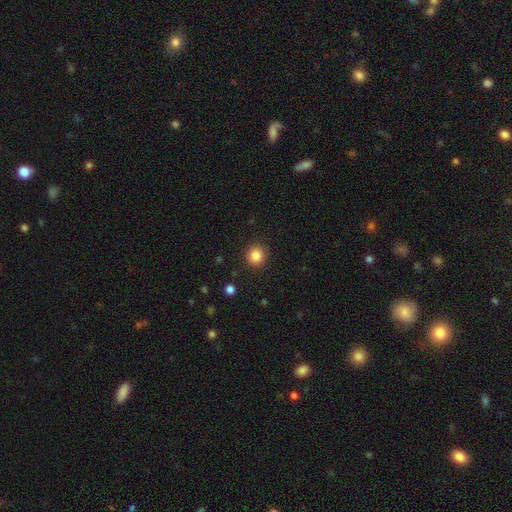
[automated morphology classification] smooth_or_featured: smooth (p=0.85) [alt: star or artifact p=0.11]
how_rounded: round (p=0.91) [alt: in between p=0.08]
merging: none (p=0.91) [alt: minor disturbance p=0.06]